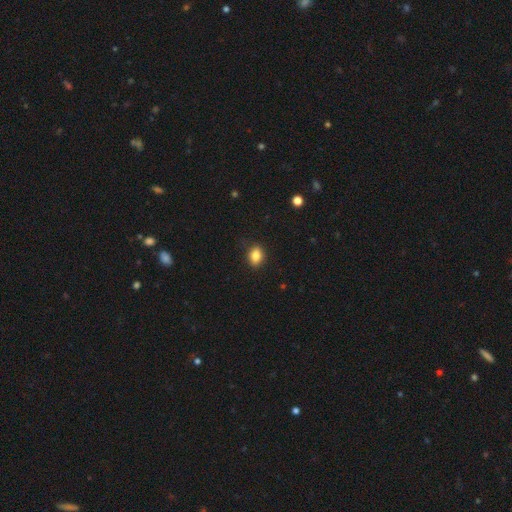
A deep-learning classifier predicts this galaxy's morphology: A smooth galaxy with no disk features (85%) that is in between round and cigar-shaped (69%).

Vote fractions:
- Smooth or featured? smooth: 85% / star or artifact: 9% / featured or disk: 6%
- How rounded? in between: 69% / round: 30% / cigar-shaped: 1%
- Merging? none: 86% / minor disturbance: 11% / major disturbance: 2% / merger: 1%